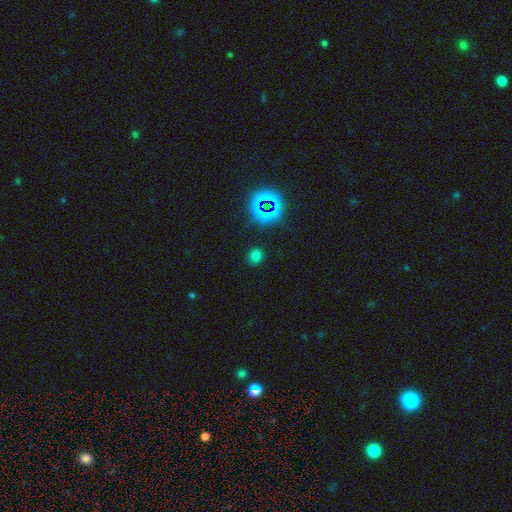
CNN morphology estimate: A smooth galaxy with no disk features (68%) that is round (82%). Merging: none (88%).